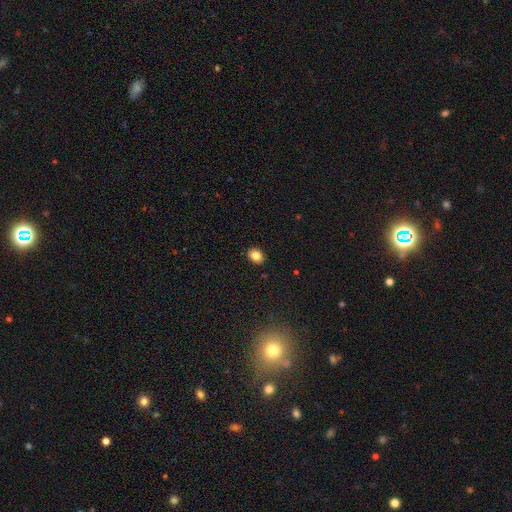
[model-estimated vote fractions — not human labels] Overall: smooth (84%). How rounded: in between (59%; round 40%). Merging: none (89%).